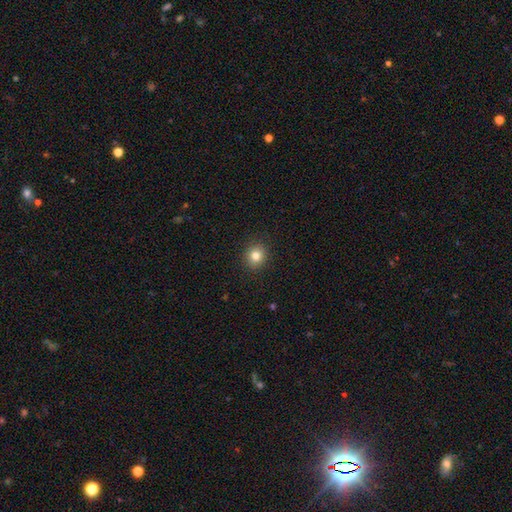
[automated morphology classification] Overall: smooth (82%). How rounded: round (82%). Merging: none (91%).